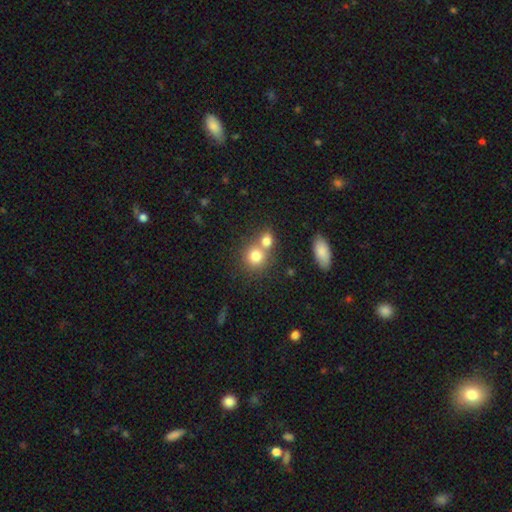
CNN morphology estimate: Smooth or featured?
  - smooth: 79% *
  - star or artifact: 11%
  - featured or disk: 10%
How rounded?
  - round: 82% *
  - in between: 17%
  - cigar-shaped: 1%
Merging?
  - merger: 49% *
  - none: 41%
  - minor disturbance: 7%
  - major disturbance: 3%